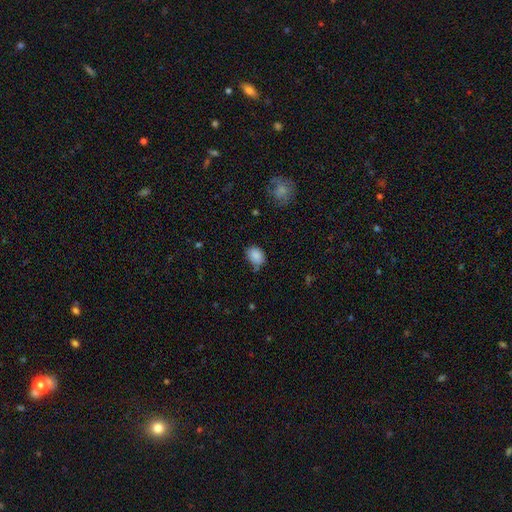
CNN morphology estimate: Smooth or featured?
  - smooth: 86% *
  - star or artifact: 9%
  - featured or disk: 5%
How rounded?
  - in between: 63% *
  - round: 36%
  - cigar-shaped: 1%
Merging?
  - none: 61% *
  - minor disturbance: 29%
  - major disturbance: 6%
  - merger: 4%